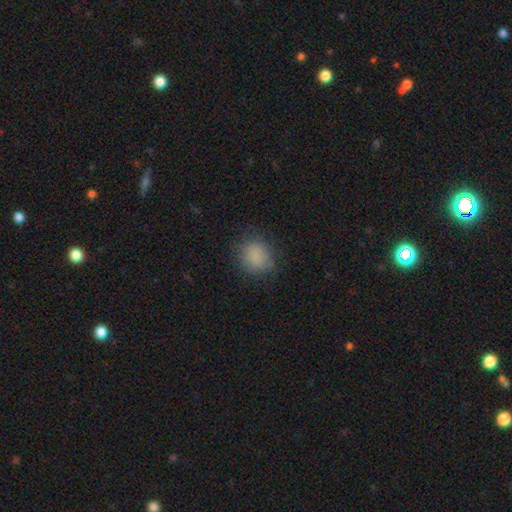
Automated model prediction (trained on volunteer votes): Smooth or featured? smooth (84%)
How rounded? round (75%)
Merging? none (77%)